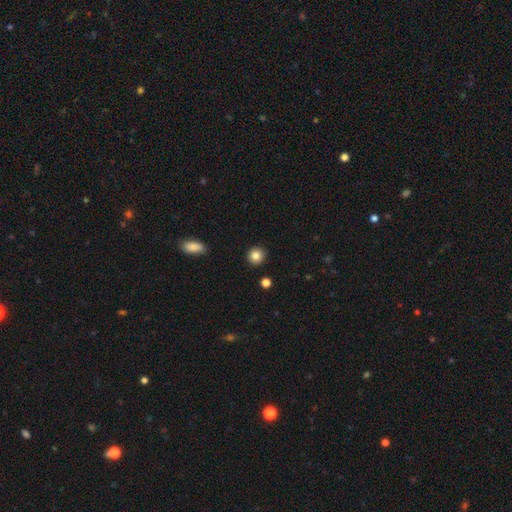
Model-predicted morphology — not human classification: smooth_or_featured: smooth (p=0.84) [alt: star or artifact p=0.10]
how_rounded: round (p=0.92) [alt: in between p=0.07]
merging: none (p=0.91) [alt: minor disturbance p=0.05]